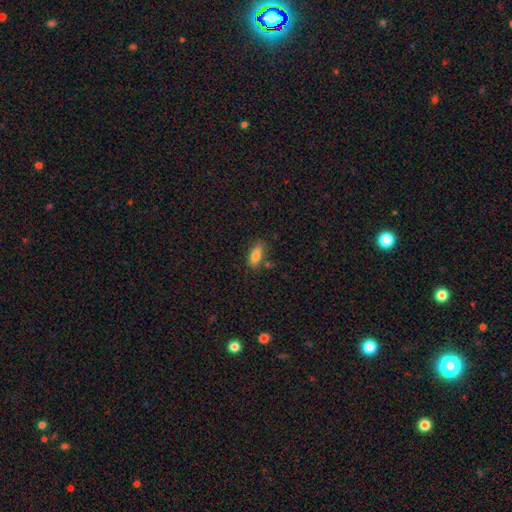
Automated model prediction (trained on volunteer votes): Smooth or featured: smooth — 80% (featured or disk — 12%)
How rounded: in between — 79% (cigar-shaped — 18%)
Merging: none — 74% (minor disturbance — 16%)